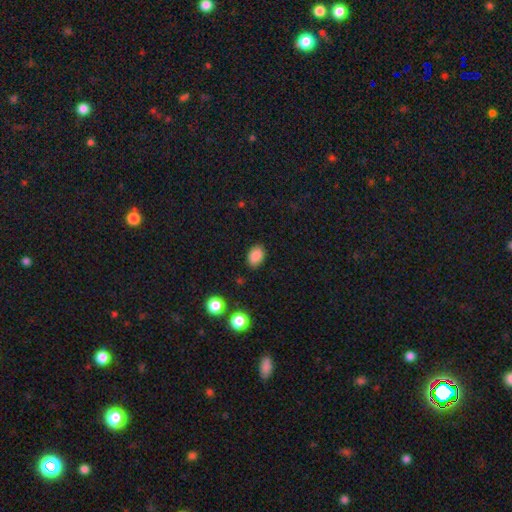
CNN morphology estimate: Smooth or featured?
  - smooth: 87% *
  - star or artifact: 10%
  - featured or disk: 4%
How rounded?
  - in between: 82% *
  - round: 16%
  - cigar-shaped: 1%
Merging?
  - none: 84% *
  - minor disturbance: 11%
  - major disturbance: 3%
  - merger: 2%